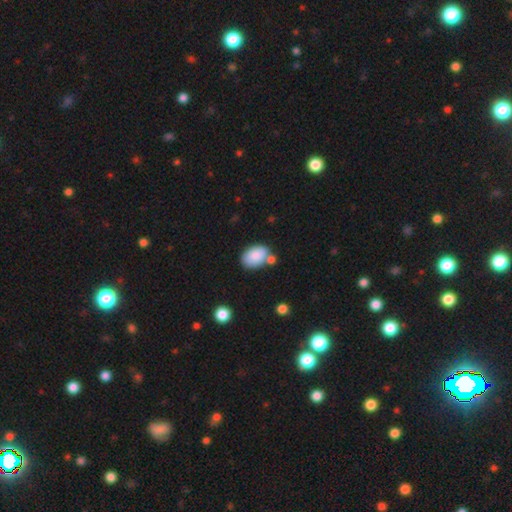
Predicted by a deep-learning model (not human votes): Smooth or featured? smooth (85%)
How rounded? in between (90%)
Merging? none (60%)